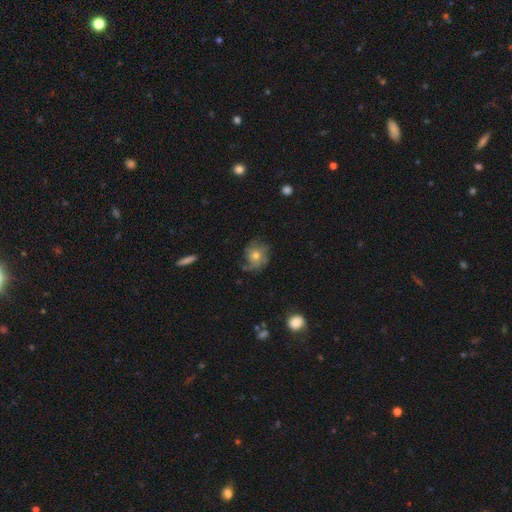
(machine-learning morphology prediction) type=featured or disk (53%); edge-on=no (96%); bar=no (84%); spiral arms=yes (77%); bulge=moderate (63%); merging=none (62%).